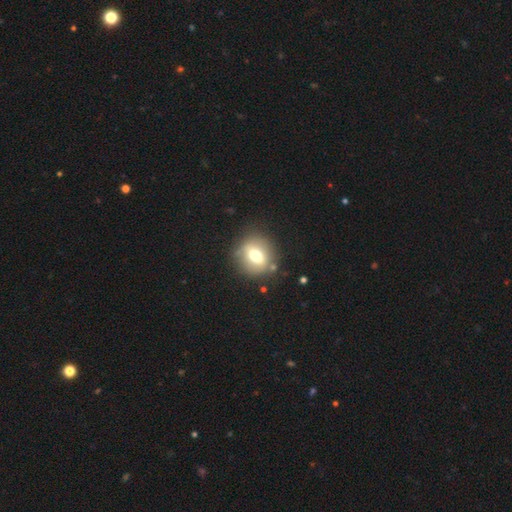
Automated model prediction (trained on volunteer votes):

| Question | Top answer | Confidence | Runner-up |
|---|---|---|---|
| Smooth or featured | smooth | 62% | featured or disk (28%) |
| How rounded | round | 76% | in between (23%) |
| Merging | none | 78% | minor disturbance (13%) |